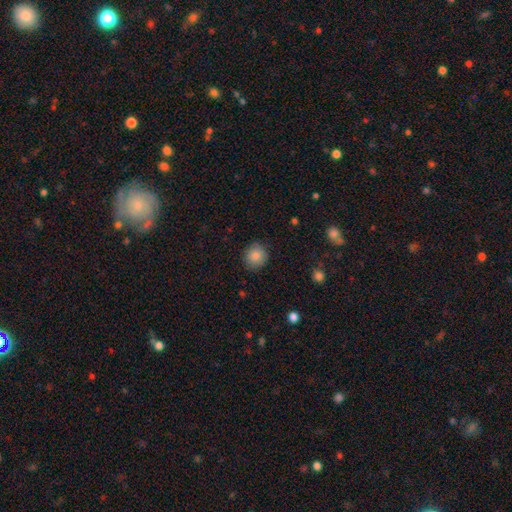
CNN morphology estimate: A smooth galaxy with no disk features (84%) that is round (87%).

Vote fractions:
- Smooth or featured? smooth: 84% / star or artifact: 9% / featured or disk: 7%
- How rounded? round: 87% / in between: 12% / cigar-shaped: 1%
- Merging? none: 87% / minor disturbance: 10% / major disturbance: 2% / merger: 1%